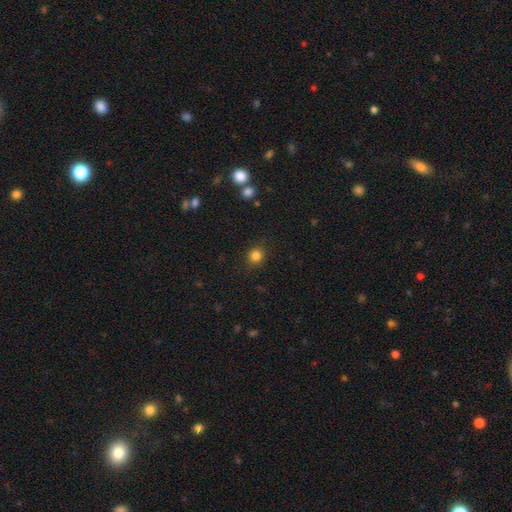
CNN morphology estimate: smooth-or-featured: smooth: 83% | star or artifact: 12% | featured or disk: 5%
  how-rounded: round: 87% | in between: 12% | cigar-shaped: 1%
  merging: none: 88% | minor disturbance: 8% | major disturbance: 3% | merger: 1%